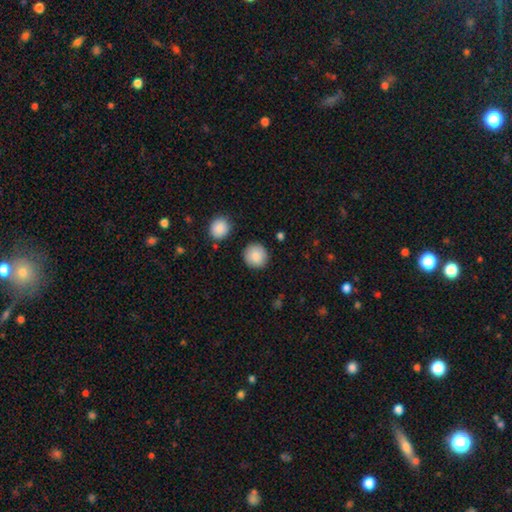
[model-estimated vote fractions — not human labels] Smooth or featured?
  - smooth: 87% *
  - star or artifact: 8%
  - featured or disk: 5%
How rounded?
  - round: 93% *
  - in between: 6%
  - cigar-shaped: 1%
Merging?
  - none: 88% *
  - minor disturbance: 8%
  - major disturbance: 2%
  - merger: 2%